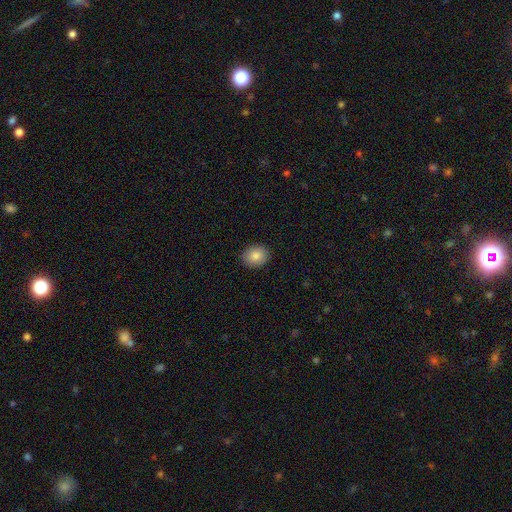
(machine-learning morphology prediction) A smooth galaxy with no disk features (84%) that is round (56%). Merging: none (90%).